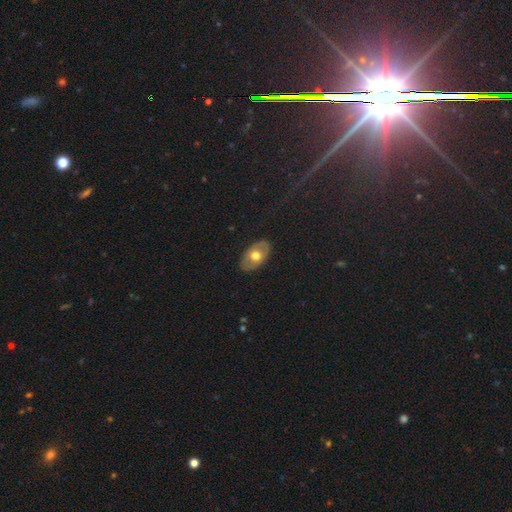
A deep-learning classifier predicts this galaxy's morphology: Q: Smooth or featured?
A: smooth (54%); runner-up: featured or disk (40%)
Q: How rounded?
A: in between (88%); runner-up: round (10%)
Q: Merging?
A: none (86%); runner-up: minor disturbance (11%)